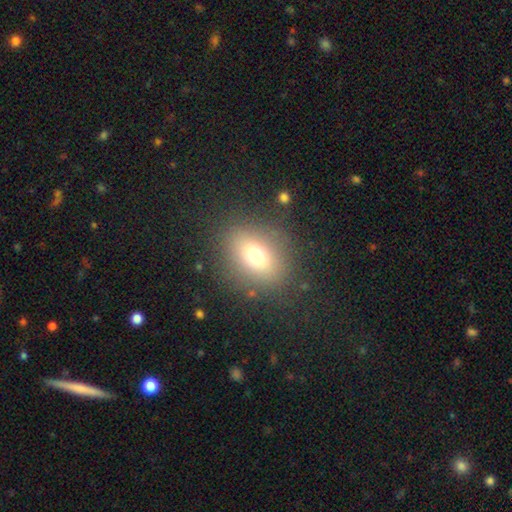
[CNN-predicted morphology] Q: Smooth or featured?
A: smooth (70%); runner-up: featured or disk (16%)
Q: How rounded?
A: in between (60%); runner-up: round (38%)
Q: Merging?
A: none (83%); runner-up: minor disturbance (10%)